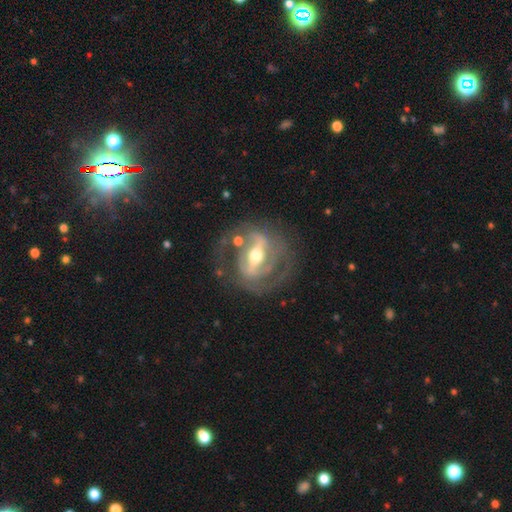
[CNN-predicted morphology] Smooth or featured?
  - featured or disk: 86% *
  - smooth: 9%
  - star or artifact: 5%
Edge-on disk?
  - no: 92% *
  - yes: 8%
Bar?
  - strong: 71% *
  - weak: 20%
  - no: 9%
Spiral arms?
  - yes: 79% *
  - no: 21%
Spiral winding?
  - medium: 43% *
  - tight: 40%
  - loose: 18%
Spiral arm count?
  - 2: 73% *
  - can't tell: 13%
  - 3: 6%
  - 1: 4%
  - 4: 2%
  - more than 4: 2%
Bulge size?
  - moderate: 70% *
  - small: 20%
  - large: 9%
  - dominant: 1%
  - none: 1%
Merging?
  - none: 66% *
  - minor disturbance: 16%
  - major disturbance: 14%
  - merger: 4%